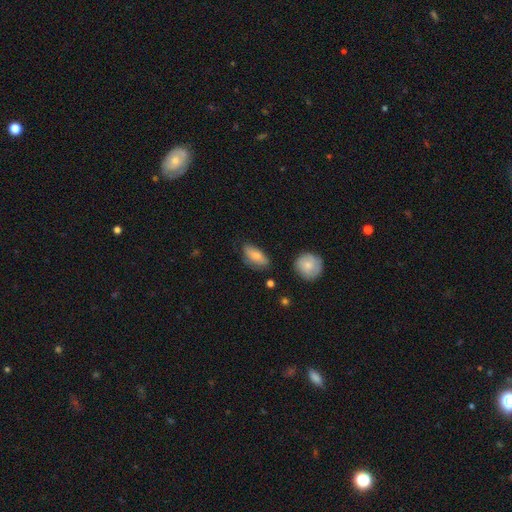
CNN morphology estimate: Smooth or featured?
  - smooth: 78% *
  - featured or disk: 16%
  - star or artifact: 7%
How rounded?
  - in between: 83% *
  - cigar-shaped: 13%
  - round: 4%
Merging?
  - none: 63% *
  - minor disturbance: 27%
  - major disturbance: 6%
  - merger: 3%